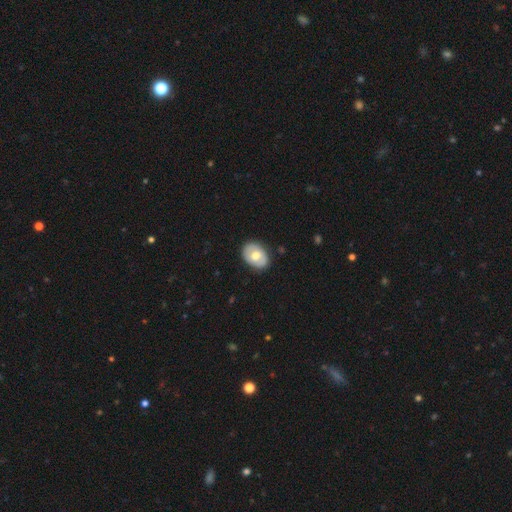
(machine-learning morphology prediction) The model was most divided on "smooth or featured": smooth: 61%, featured or disk: 33%, star or artifact: 6%. More confident: merging — none (84%); how rounded — in between (72%).